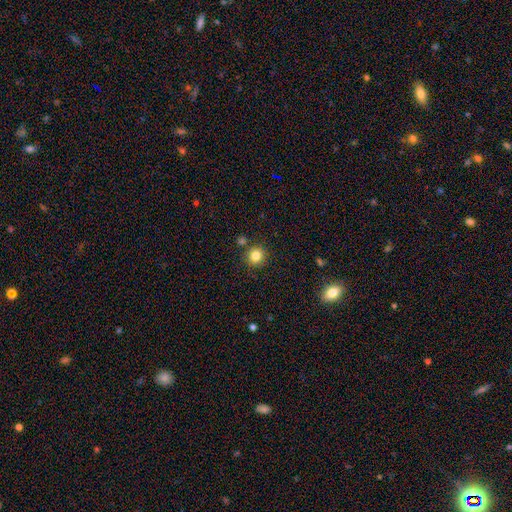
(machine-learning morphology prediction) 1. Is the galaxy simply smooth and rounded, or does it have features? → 83% smooth, 12% star or artifact, 5% featured or disk.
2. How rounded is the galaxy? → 91% round, 8% in between, 1% cigar-shaped.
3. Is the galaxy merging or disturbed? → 83% none, 8% minor disturbance, 6% merger, 2% major disturbance.